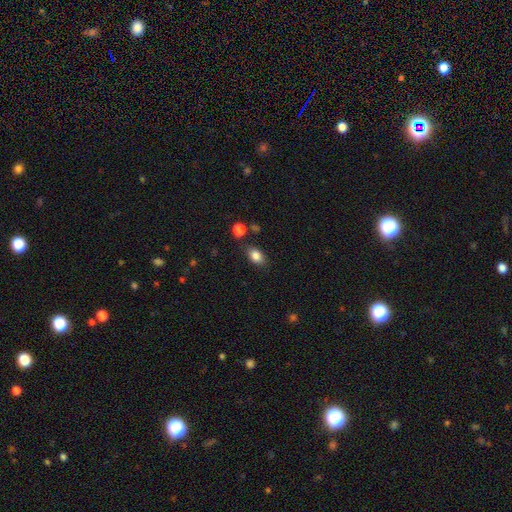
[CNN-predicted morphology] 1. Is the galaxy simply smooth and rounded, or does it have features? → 84% smooth, 9% star or artifact, 7% featured or disk.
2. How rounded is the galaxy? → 83% in between, 15% round, 2% cigar-shaped.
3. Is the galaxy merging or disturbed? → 79% none, 13% minor disturbance, 4% merger, 4% major disturbance.